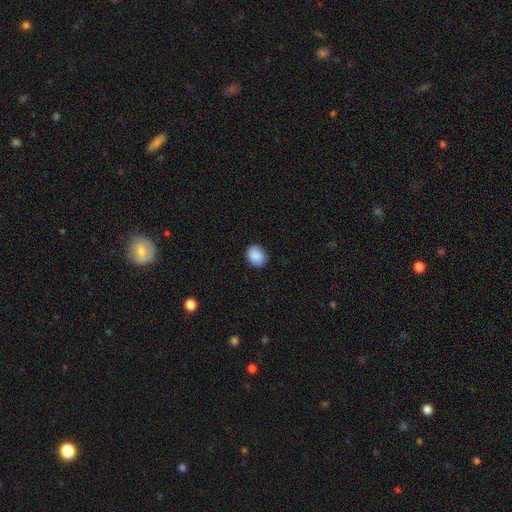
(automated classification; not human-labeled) Smooth or featured? smooth (89%)
How rounded? round (57%)
Merging? none (86%)